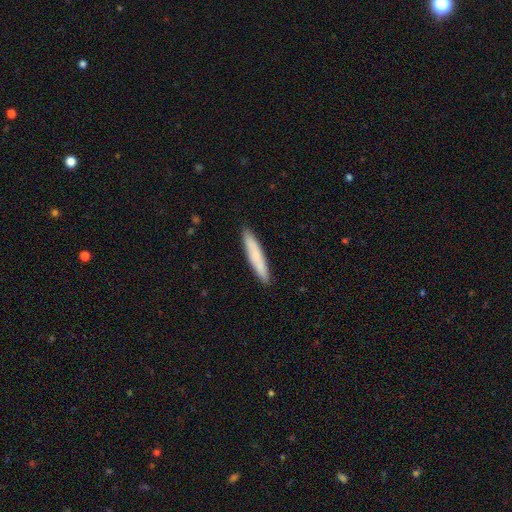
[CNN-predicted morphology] A smooth galaxy with no disk features (78%) that is cigar-shaped (93%).

Vote fractions:
- Smooth or featured? smooth: 78% / featured or disk: 16% / star or artifact: 6%
- How rounded? cigar-shaped: 93% / in between: 6% / round: 1%
- Merging? none: 92% / minor disturbance: 6% / major disturbance: 1% / merger: 1%